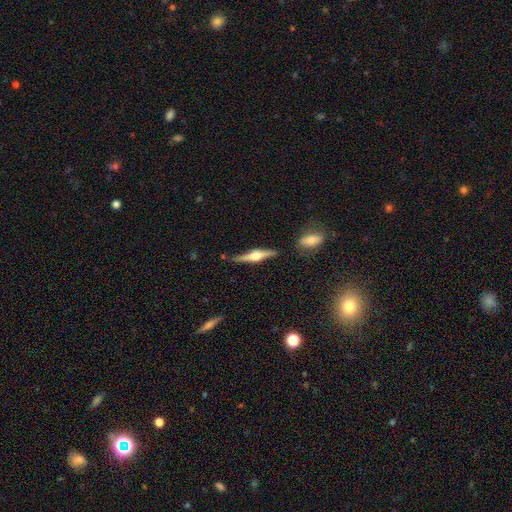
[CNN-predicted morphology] Smooth or featured? Predicted: featured or disk (p=0.76). Edge-on disk? Predicted: yes (p=0.97). Edge-on bulge? Predicted: rounded (p=0.95). Merging? Predicted: none (p=0.80).